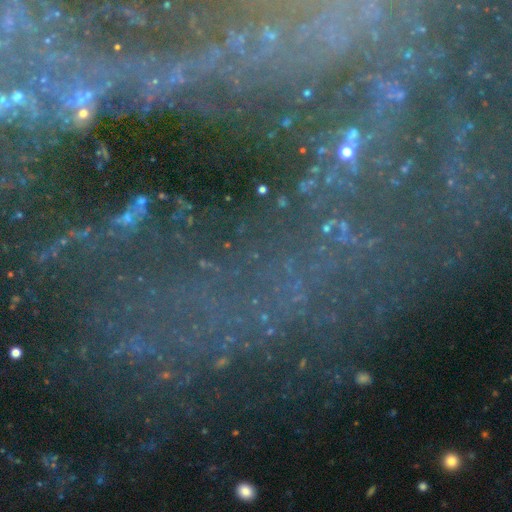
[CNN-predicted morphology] The model was most divided on "smooth or featured": star or artifact: 53%, featured or disk: 34%, smooth: 13%.